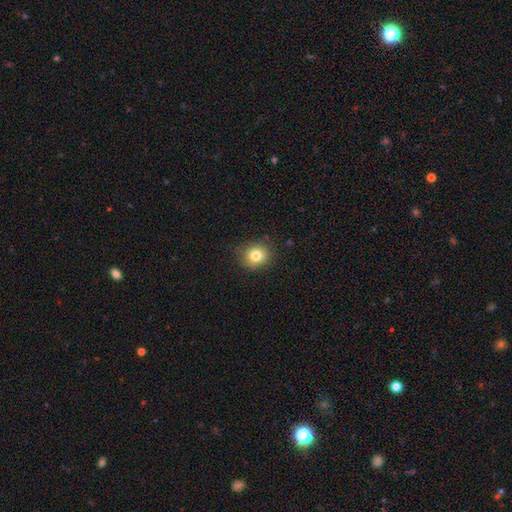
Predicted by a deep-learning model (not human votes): smooth-or-featured: smooth: 80% | star or artifact: 11% | featured or disk: 9%
  how-rounded: round: 81% | in between: 18% | cigar-shaped: 1%
  merging: none: 82% | minor disturbance: 14% | major disturbance: 3% | merger: 1%